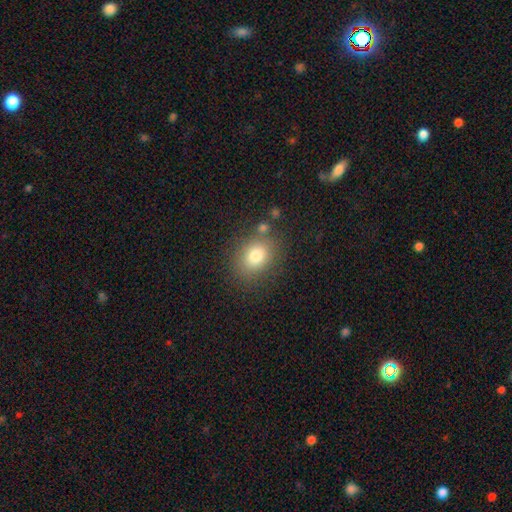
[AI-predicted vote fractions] A smooth galaxy with no disk features (79%) that is in between round and cigar-shaped (54%). Merging: none (77%).